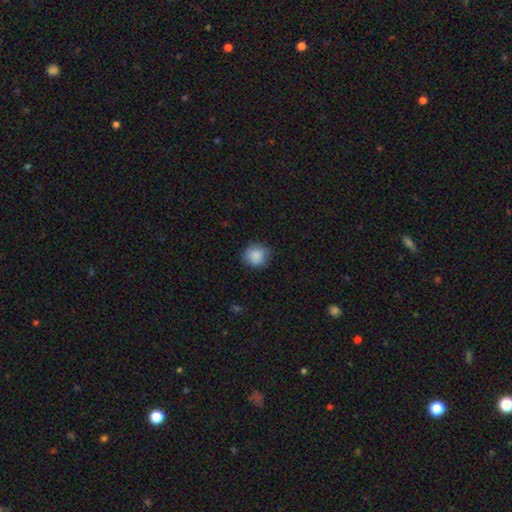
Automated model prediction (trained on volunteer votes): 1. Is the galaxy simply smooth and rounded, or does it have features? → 88% smooth, 8% star or artifact, 4% featured or disk.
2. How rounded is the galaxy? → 86% round, 13% in between, 1% cigar-shaped.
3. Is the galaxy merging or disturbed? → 81% none, 15% minor disturbance, 3% major disturbance, 1% merger.